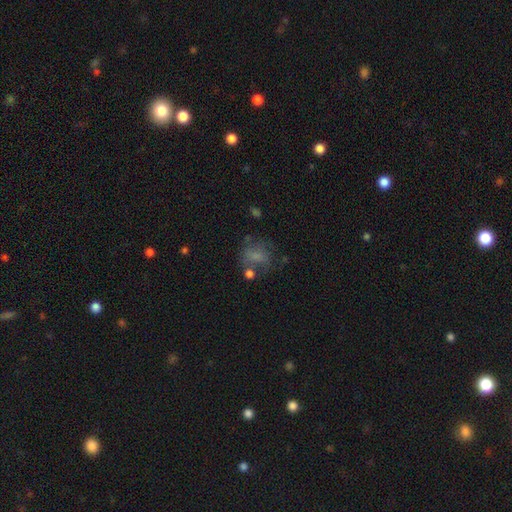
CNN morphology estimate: Smooth or featured?
  - smooth: 60% *
  - featured or disk: 25%
  - star or artifact: 14%
How rounded?
  - round: 49% * (tied)
  - in between: 49% * (tied)
  - cigar-shaped: 2%
Merging?
  - none: 45% *
  - minor disturbance: 21%
  - major disturbance: 21%
  - merger: 12%